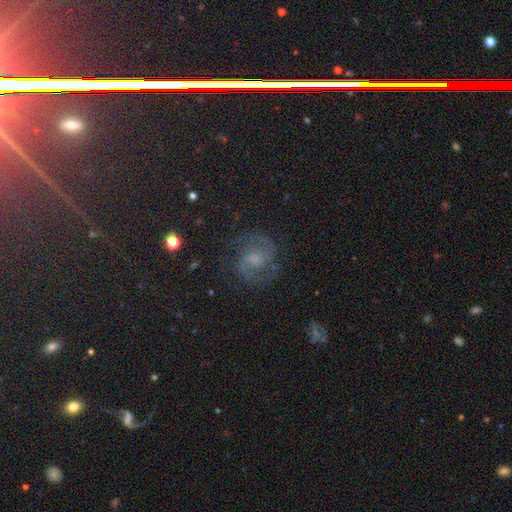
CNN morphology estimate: Smooth or featured? Predicted: featured or disk (p=0.69). Edge-on disk? Predicted: no (p=0.98). Bar? Predicted: weak (p=0.47). Spiral arms? Predicted: yes (p=0.95). Spiral winding? Predicted: medium (p=0.58). Spiral arm count? Predicted: 2 (p=0.88). Bulge size? Predicted: moderate (p=0.36). Merging? Predicted: none (p=0.78).